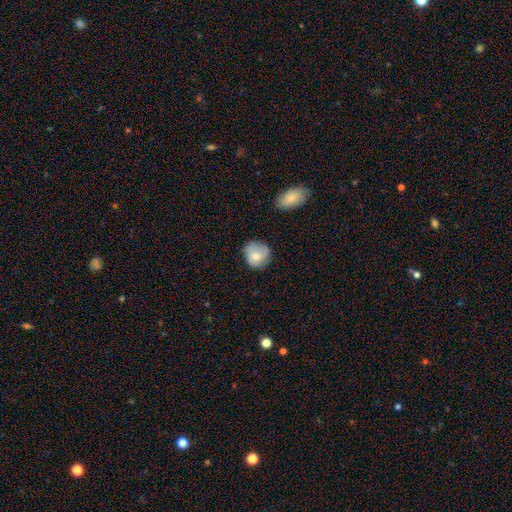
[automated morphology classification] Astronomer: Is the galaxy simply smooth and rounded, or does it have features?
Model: smooth — 70%.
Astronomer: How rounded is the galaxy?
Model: round — 82%.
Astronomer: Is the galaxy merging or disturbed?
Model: none — 65%.